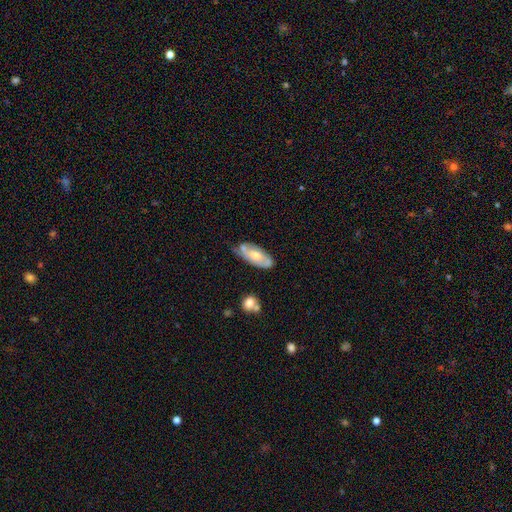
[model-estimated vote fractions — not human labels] This is possibly a featured or disk galaxy (53%). It is clearly not viewed edge-on (85%). Merging: possibly none (52%).